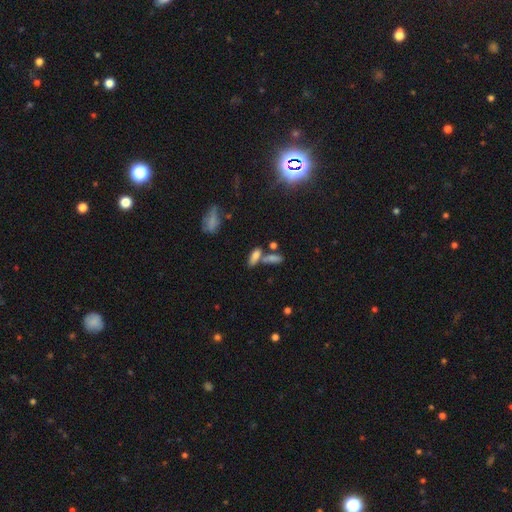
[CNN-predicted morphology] Smooth or featured? Predicted: smooth (p=0.73). How rounded? Predicted: in between (p=0.64). Merging? Predicted: none (p=0.47).